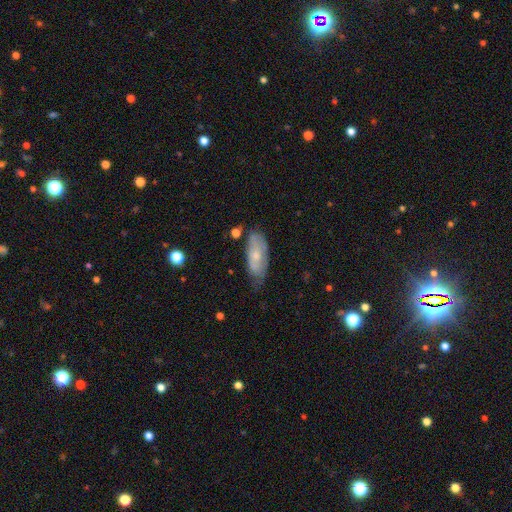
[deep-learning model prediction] Smooth or featured? smooth (57%)
How rounded? in between (81%)
Merging? none (55%)